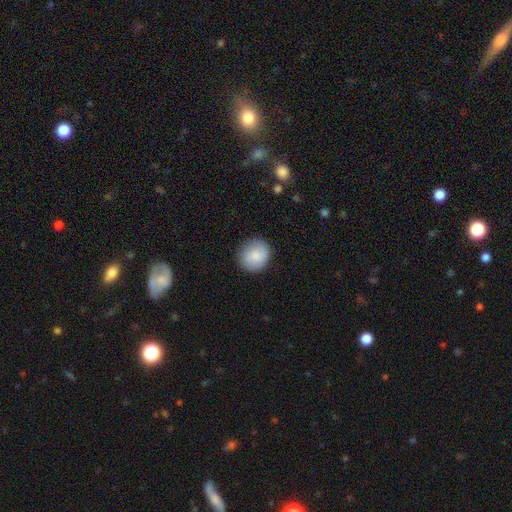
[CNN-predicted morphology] Smooth or featured? Predicted: smooth (p=0.84). How rounded? Predicted: round (p=0.83). Merging? Predicted: none (p=0.86).